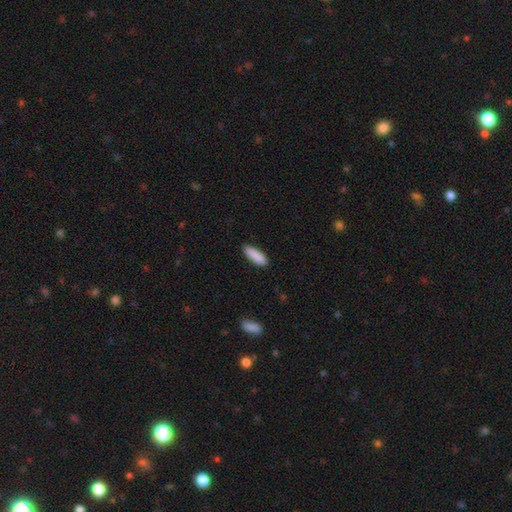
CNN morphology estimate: smooth 89%, star or artifact 6%, featured or disk 5%. Down the decision tree: how rounded — cigar-shaped (53%); merging — none (86%).